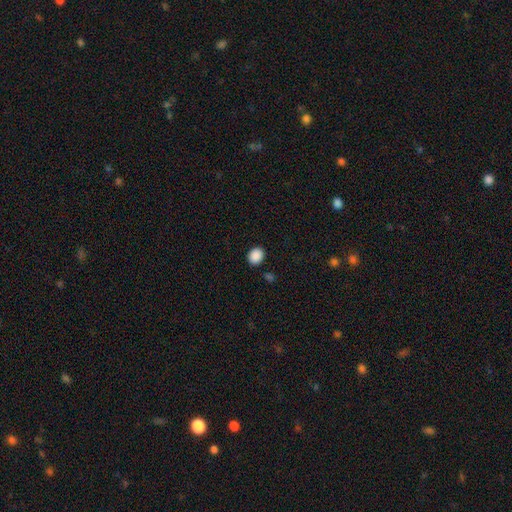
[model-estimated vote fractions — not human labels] smooth-or-featured: smooth: 89% | star or artifact: 9% | featured or disk: 2%
  how-rounded: round: 61% | in between: 38% | cigar-shaped: 1%
  merging: none: 89% | minor disturbance: 7% | major disturbance: 2% | merger: 2%